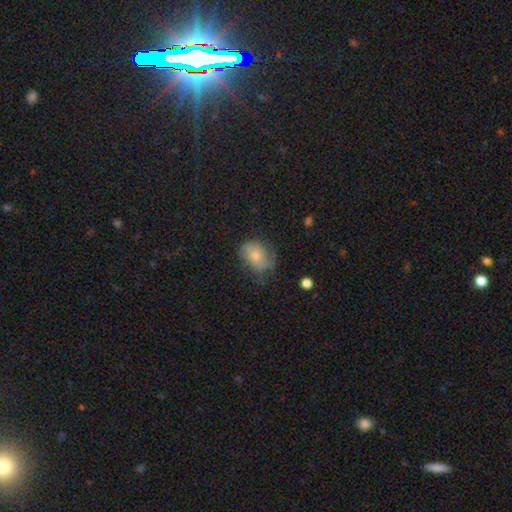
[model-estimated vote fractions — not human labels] This is likely a smooth galaxy (62%). How rounded: likely in between (66%). Merging: possibly none (50%).